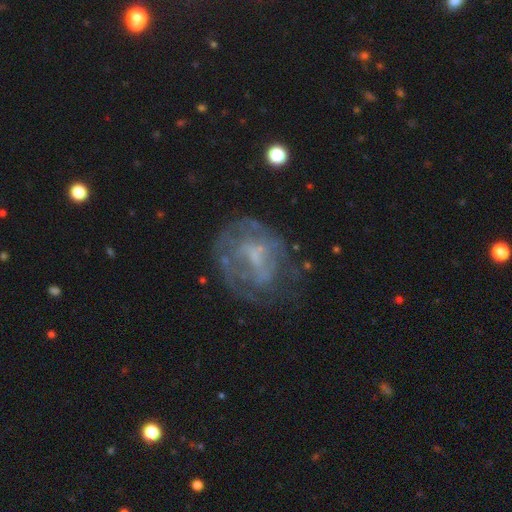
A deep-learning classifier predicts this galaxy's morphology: smooth_or_featured: featured or disk (p=0.67) [alt: smooth p=0.22]
disk_edge_on: no (p=0.97) [alt: yes p=0.03]
bar: no (p=0.52) [alt: weak p=0.38]
has_spiral_arms: no (p=0.55) [alt: yes p=0.45]
bulge_size: small (p=0.39) [alt: none p=0.37]
merging: none (p=0.53) [alt: major disturbance p=0.23]